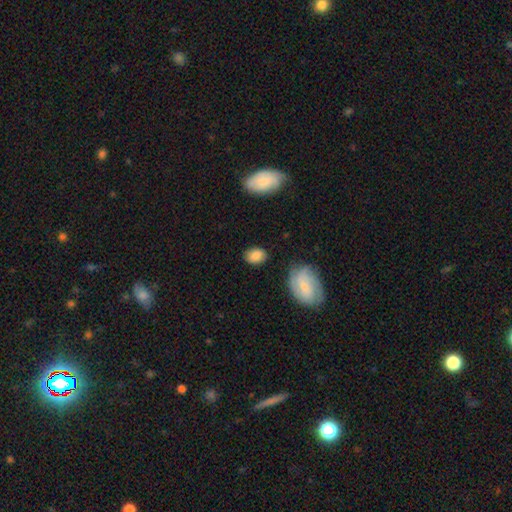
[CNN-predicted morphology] Q: Smooth or featured?
A: smooth (82%); runner-up: featured or disk (10%)
Q: How rounded?
A: in between (79%); runner-up: round (20%)
Q: Merging?
A: none (78%); runner-up: minor disturbance (15%)